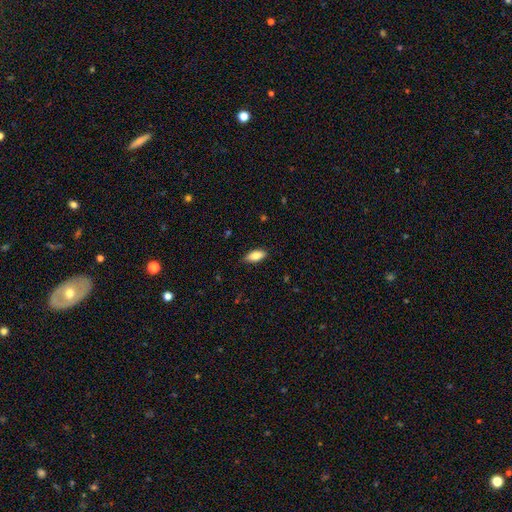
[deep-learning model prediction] A smooth galaxy with no disk features (82%) that is in between round and cigar-shaped (84%).

Vote fractions:
- Smooth or featured? smooth: 82% / featured or disk: 11% / star or artifact: 7%
- How rounded? in between: 84% / cigar-shaped: 13% / round: 2%
- Merging? none: 83% / minor disturbance: 13% / major disturbance: 2% / merger: 1%